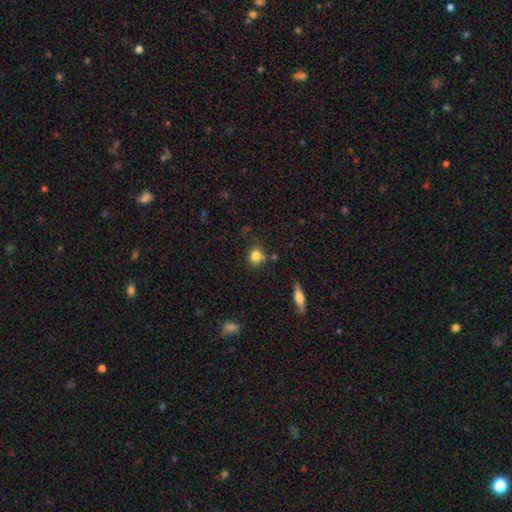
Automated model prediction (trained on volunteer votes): smooth 81%, star or artifact 11%, featured or disk 8%. Down the decision tree: how rounded — round (82%); merging — none (70%).